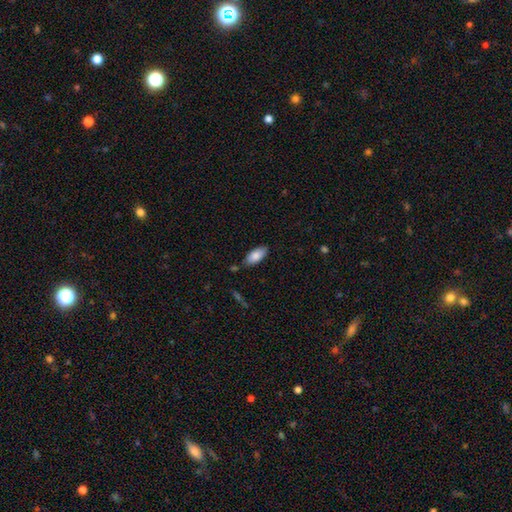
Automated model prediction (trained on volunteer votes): smooth_or_featured: smooth (p=0.84) [alt: featured or disk p=0.09]
how_rounded: in between (p=0.89) [alt: cigar-shaped p=0.09]
merging: none (p=0.78) [alt: minor disturbance p=0.15]